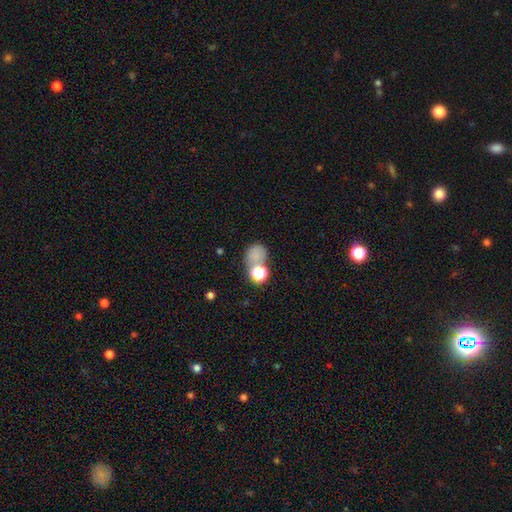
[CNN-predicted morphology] type=smooth (68%); roundness=round (66%); merging=none (48%).